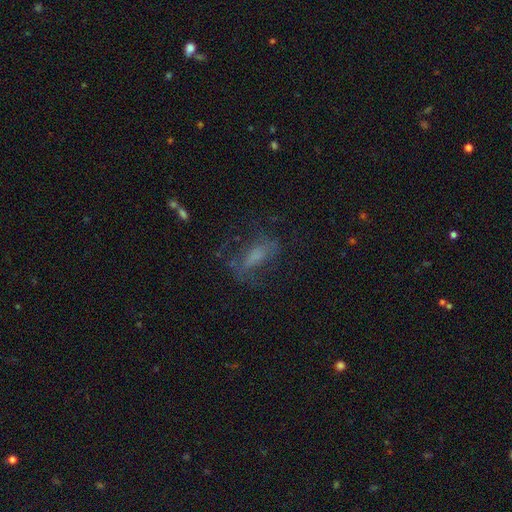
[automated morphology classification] Overall: featured or disk (43%; smooth 40%). Merging: none (50%; major disturbance 27%).